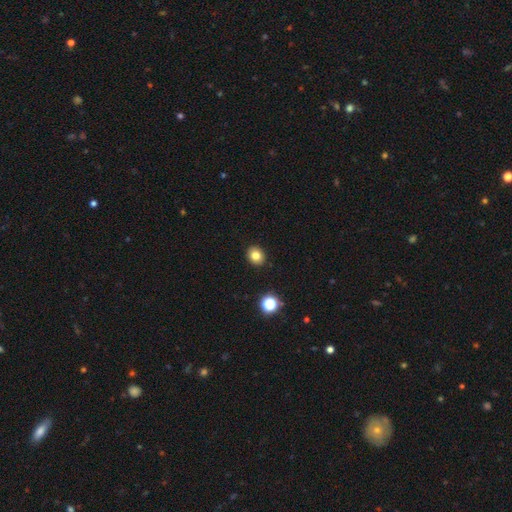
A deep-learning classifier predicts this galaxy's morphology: A smooth galaxy with no disk features (80%) that is round (65%).

Vote fractions:
- Smooth or featured? smooth: 80% / star or artifact: 13% / featured or disk: 7%
- How rounded? round: 65% / in between: 35% / cigar-shaped: 1%
- Merging? none: 91% / minor disturbance: 6% / major disturbance: 2% / merger: 1%